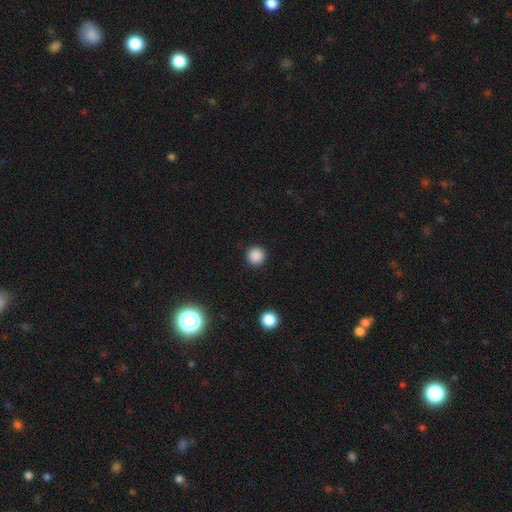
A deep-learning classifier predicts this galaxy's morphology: The model was most divided on "smooth or featured": smooth: 87%, star or artifact: 11%, featured or disk: 3%. More confident: how rounded — round (96%); merging — none (92%).